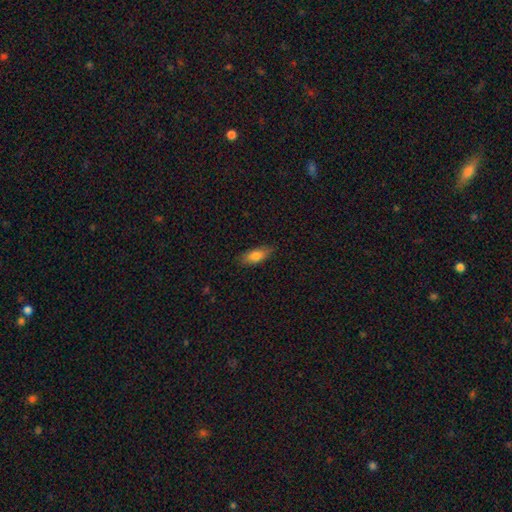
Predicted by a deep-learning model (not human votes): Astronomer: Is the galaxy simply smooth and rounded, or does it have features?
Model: smooth — 79%.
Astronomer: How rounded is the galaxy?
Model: in between — 78%.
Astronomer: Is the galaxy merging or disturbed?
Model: none — 82%.